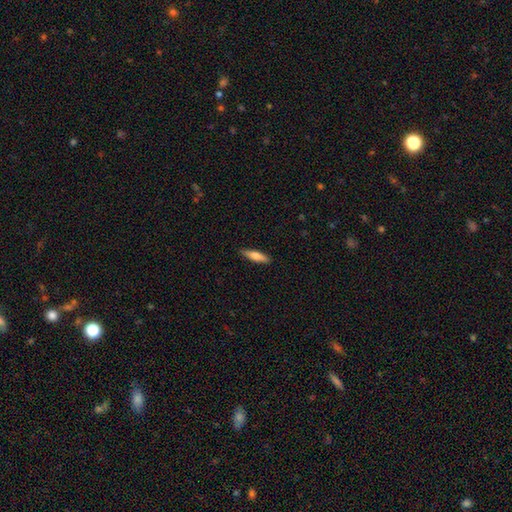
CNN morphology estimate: Smooth or featured? Predicted: smooth (p=0.69). How rounded? Predicted: cigar-shaped (p=0.67). Merging? Predicted: none (p=0.88).